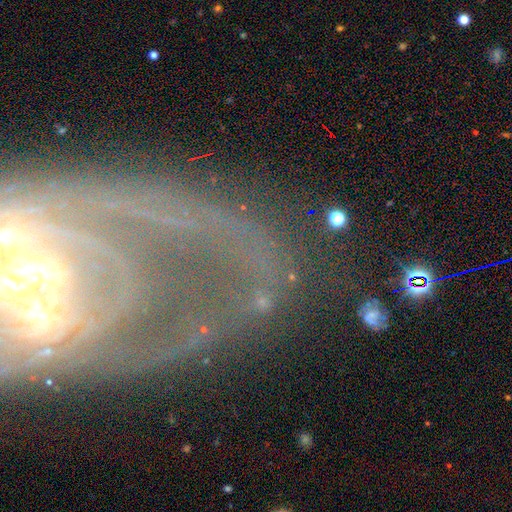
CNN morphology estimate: The model was most divided on "smooth or featured": featured or disk: 57%, star or artifact: 25%, smooth: 19%. More confident: edge-on disk — no (86%); merging — none (71%).